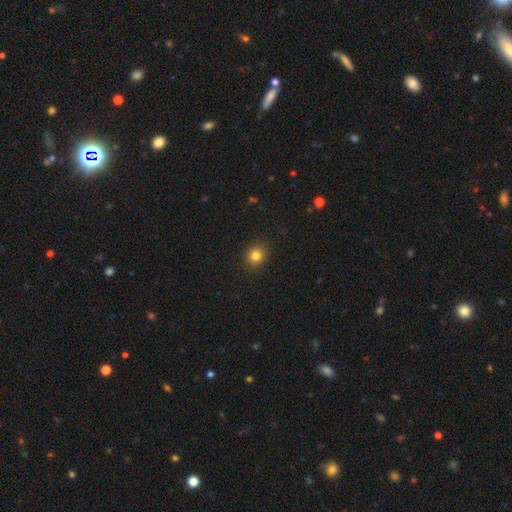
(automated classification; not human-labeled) smooth_or_featured: smooth (p=0.82) [alt: star or artifact p=0.12]
how_rounded: round (p=0.78) [alt: in between p=0.22]
merging: none (p=0.90) [alt: minor disturbance p=0.07]